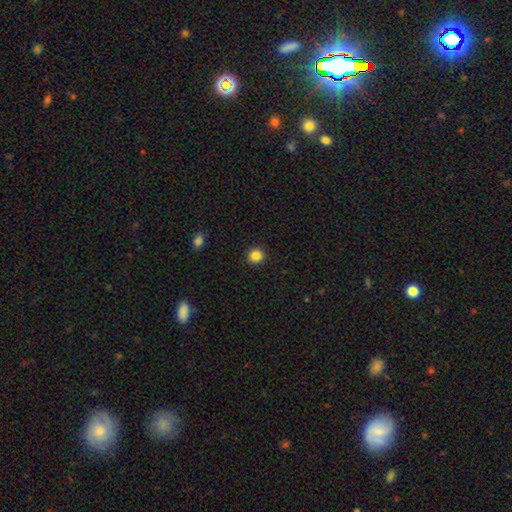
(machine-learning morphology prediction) Smooth or featured: smooth — 85% (star or artifact — 11%)
How rounded: round — 92% (in between — 7%)
Merging: none — 92% (minor disturbance — 5%)